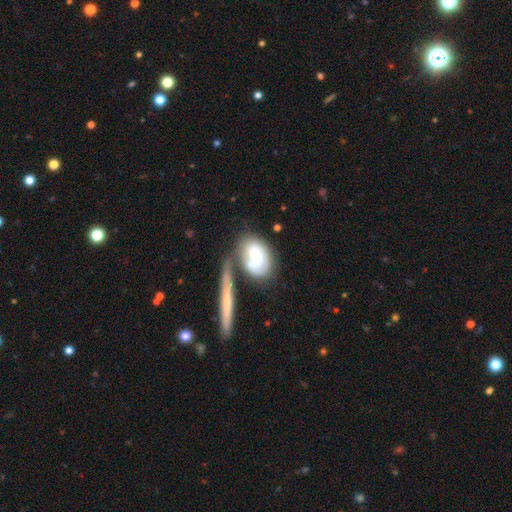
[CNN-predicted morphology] Overall: smooth (50%; featured or disk 44%). Merging: merger (35%; none 34%).